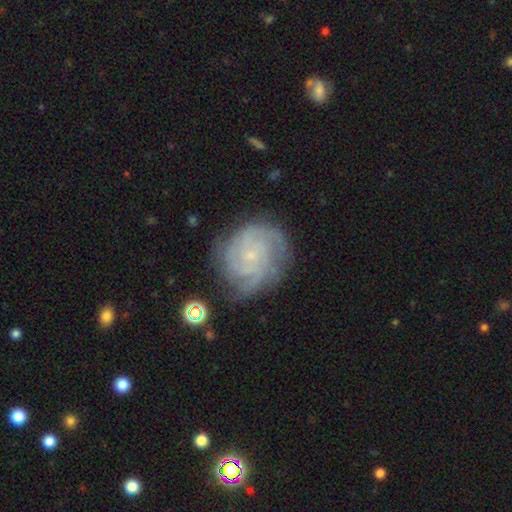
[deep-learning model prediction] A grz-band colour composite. It shows a featured or disk galaxy (82%) with no bar (75%), 4 (28%) tight (72%) spiral arms (97%) and a small central bulge (81%). Merging: none (77%).